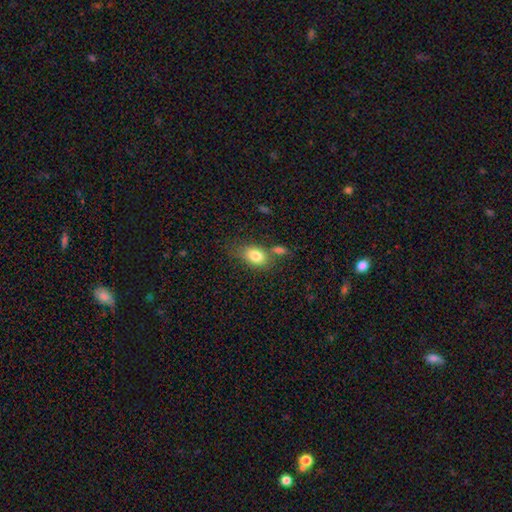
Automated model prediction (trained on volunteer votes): smooth 82%, featured or disk 10%, star or artifact 8%. Down the decision tree: how rounded — in between (81%); merging — none (57%).